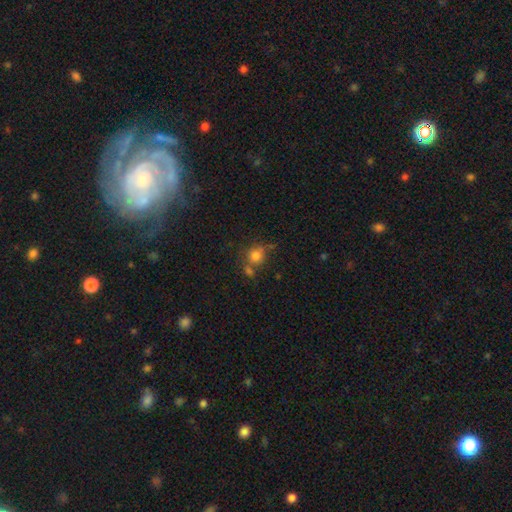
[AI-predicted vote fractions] Smooth or featured? Predicted: smooth (p=0.78). How rounded? Predicted: round (p=0.82). Merging? Predicted: none (p=0.53).